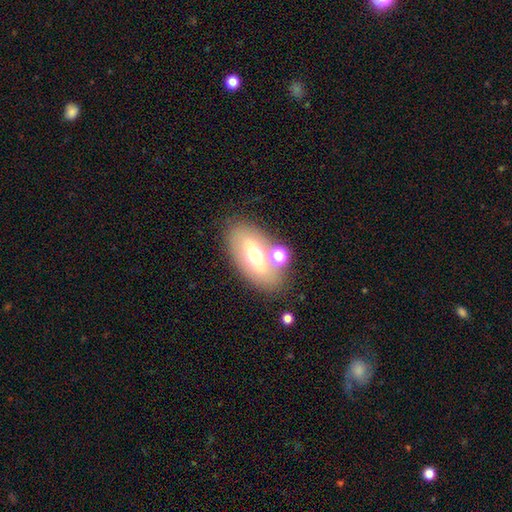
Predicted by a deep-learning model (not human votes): smooth-or-featured: smooth: 59% | featured or disk: 30% | star or artifact: 12%
  how-rounded: in between: 88% | round: 9% | cigar-shaped: 3%
  merging: none: 66% | merger: 15% | minor disturbance: 13% | major disturbance: 6%